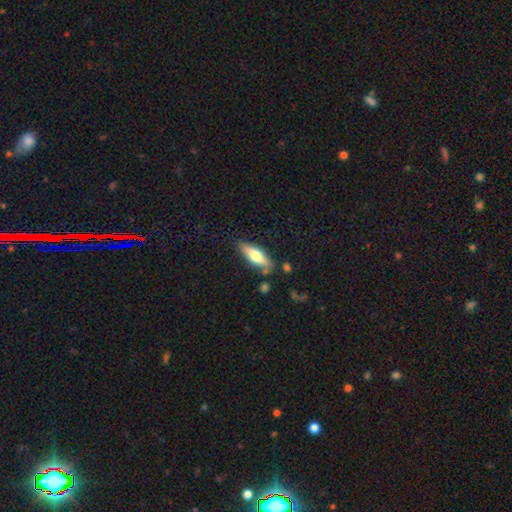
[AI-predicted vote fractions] A smooth galaxy with no disk features (62%) that is in between round and cigar-shaped (50%).

Vote fractions:
- Smooth or featured? smooth: 62% / featured or disk: 32% / star or artifact: 6%
- How rounded? in between: 50% / cigar-shaped: 48% / round: 2%
- Merging? none: 81% / minor disturbance: 13% / merger: 4% / major disturbance: 3%